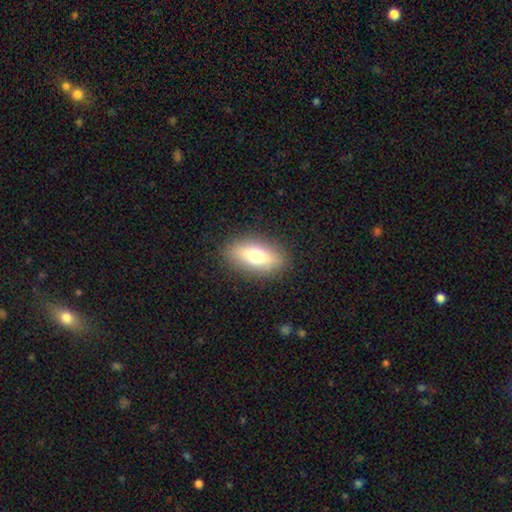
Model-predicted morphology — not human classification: This is likely a smooth galaxy (68%). How rounded: clearly in between (81%). Merging: clearly none (87%).